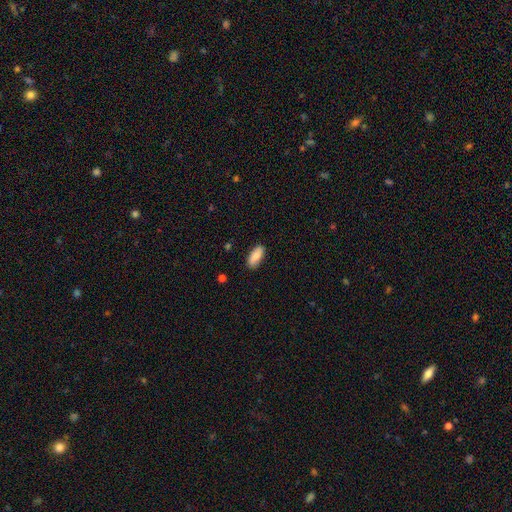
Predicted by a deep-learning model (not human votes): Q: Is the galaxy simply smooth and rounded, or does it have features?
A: smooth — 88%.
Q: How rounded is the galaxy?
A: in between — 85%.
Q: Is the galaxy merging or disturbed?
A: none — 85%.